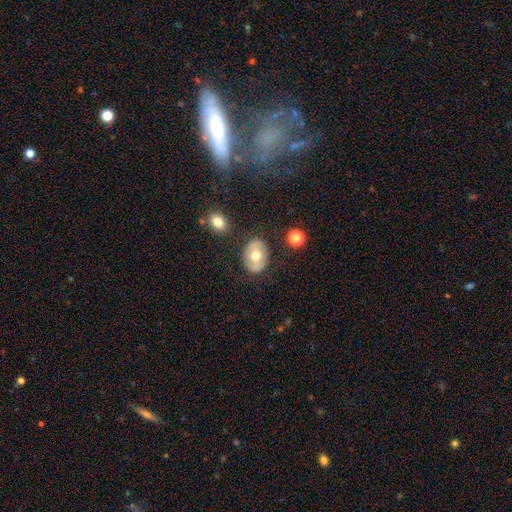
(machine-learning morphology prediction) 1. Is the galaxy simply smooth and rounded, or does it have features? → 57% smooth, 35% featured or disk, 7% star or artifact.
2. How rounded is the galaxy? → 69% in between, 30% round, 1% cigar-shaped.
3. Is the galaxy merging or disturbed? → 81% none, 12% minor disturbance, 3% major disturbance, 3% merger.